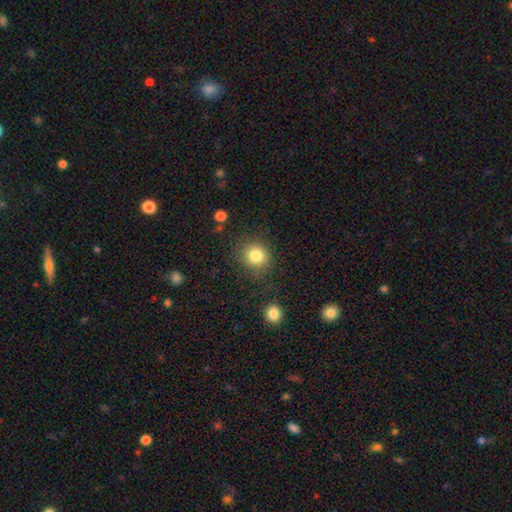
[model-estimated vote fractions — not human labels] Q: Smooth or featured?
A: smooth (84%); runner-up: star or artifact (10%)
Q: How rounded?
A: round (87%); runner-up: in between (12%)
Q: Merging?
A: none (83%); runner-up: minor disturbance (10%)